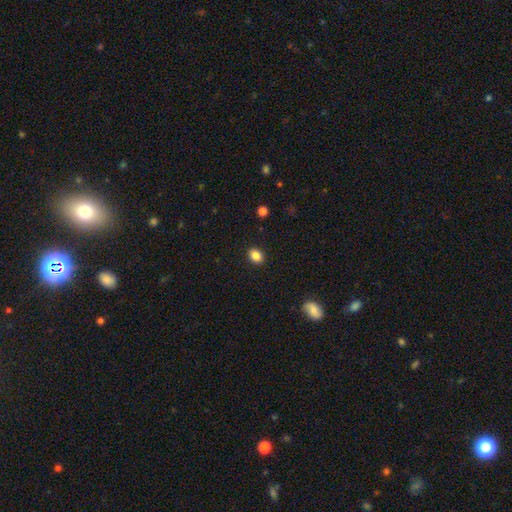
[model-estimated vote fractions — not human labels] This is clearly a smooth galaxy (86%). How rounded: likely in between (63%). Merging: clearly none (90%).